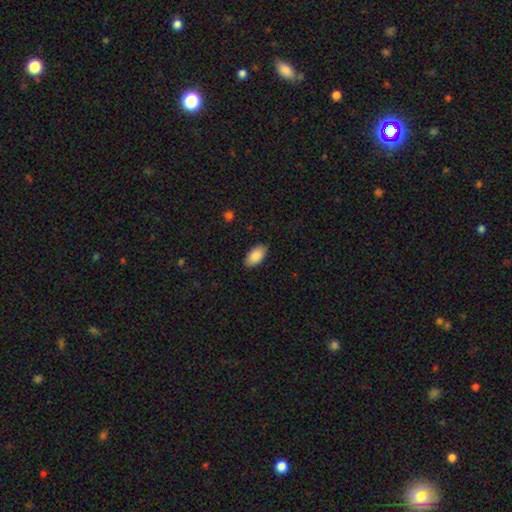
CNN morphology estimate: The model was most divided on "merging": none: 86%, minor disturbance: 11%, major disturbance: 2%, merger: 1%. More confident: how rounded — in between (95%); smooth or featured — smooth (88%).